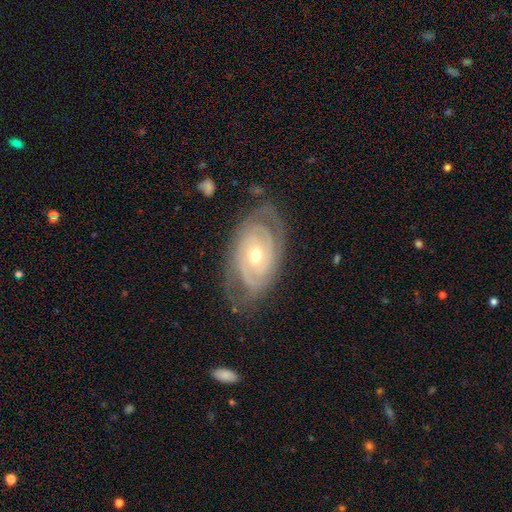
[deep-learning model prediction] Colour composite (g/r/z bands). It shows a featured or disk galaxy (88%) with no bar (66%), 2 (47%) tight (77%) spiral arms (96%) and a moderate central bulge (54%). Merging: none (75%).